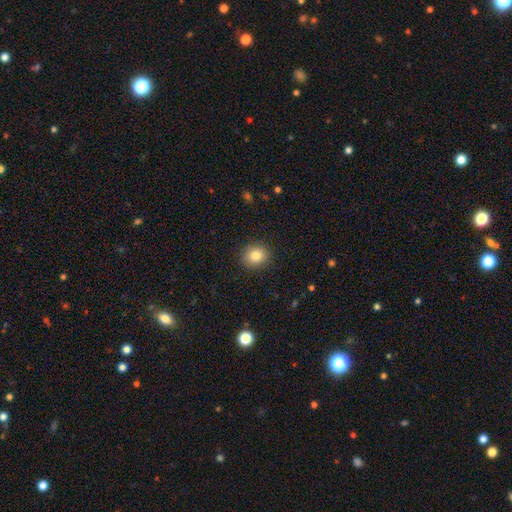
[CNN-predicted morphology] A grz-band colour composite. It shows a smooth galaxy with no disk features (83%) that is round (79%). Merging: none (90%).